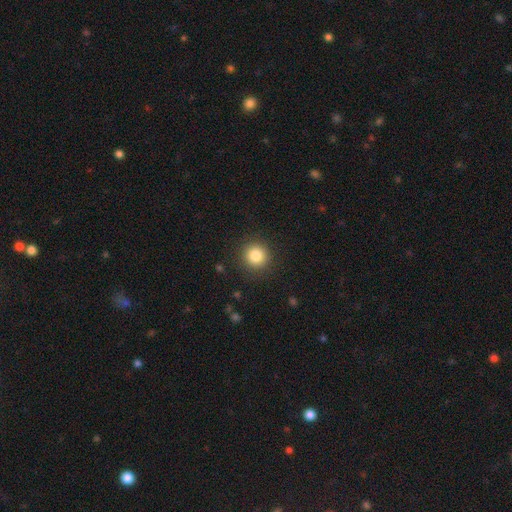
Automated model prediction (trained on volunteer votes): A smooth galaxy with no disk features (84%) that is round (94%). Merging: none (90%).